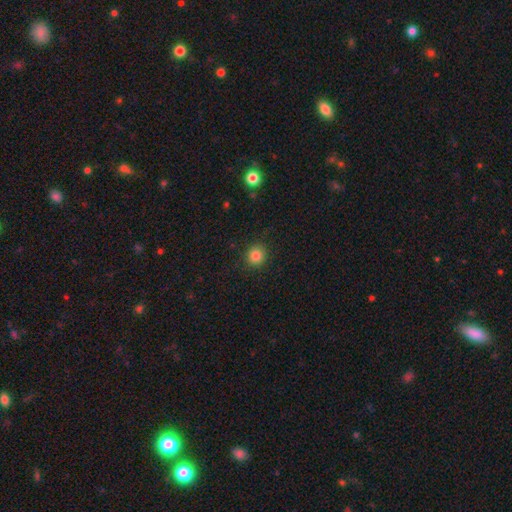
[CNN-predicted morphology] type=smooth (84%); roundness=round (89%); merging=none (90%).